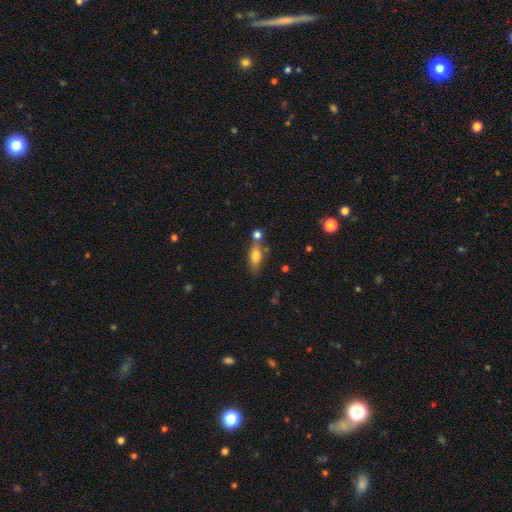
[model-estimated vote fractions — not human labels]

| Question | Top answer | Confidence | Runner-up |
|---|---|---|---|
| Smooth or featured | smooth | 67% | featured or disk (25%) |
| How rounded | in between | 61% | cigar-shaped (35%) |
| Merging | none | 58% | merger (22%) |